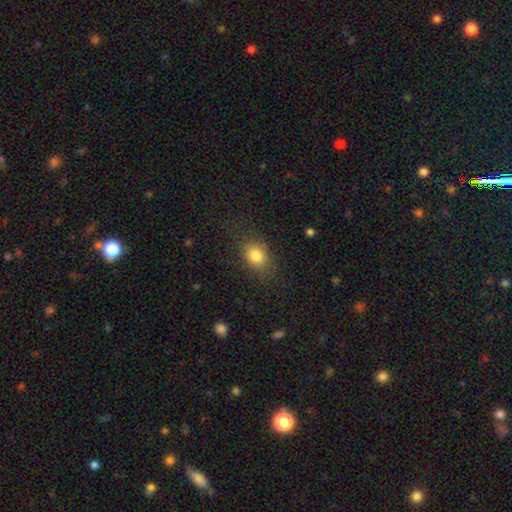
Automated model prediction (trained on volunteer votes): smooth-or-featured: smooth: 81% | star or artifact: 10% | featured or disk: 8%
  how-rounded: in between: 62% | round: 36% | cigar-shaped: 2%
  merging: none: 75% | minor disturbance: 16% | major disturbance: 8% | merger: 1%